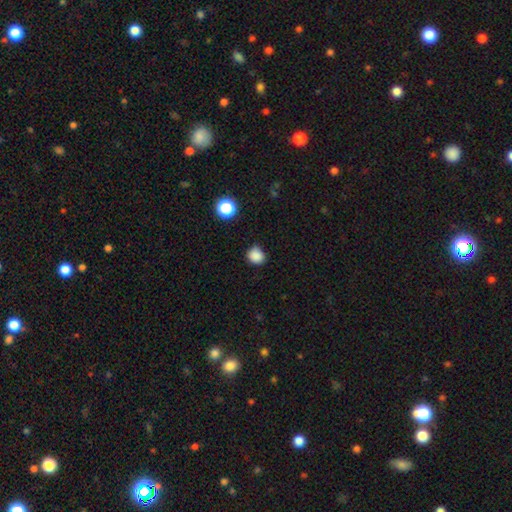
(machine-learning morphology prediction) Smooth or featured? Predicted: smooth (p=0.85). How rounded? Predicted: round (p=0.81). Merging? Predicted: none (p=0.78).